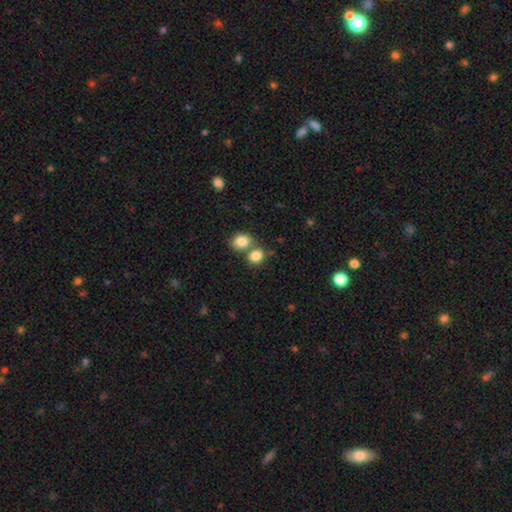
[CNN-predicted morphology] Q: Smooth or featured?
A: smooth (84%); runner-up: star or artifact (9%)
Q: How rounded?
A: round (60%); runner-up: in between (39%)
Q: Merging?
A: none (45%); runner-up: merger (43%)